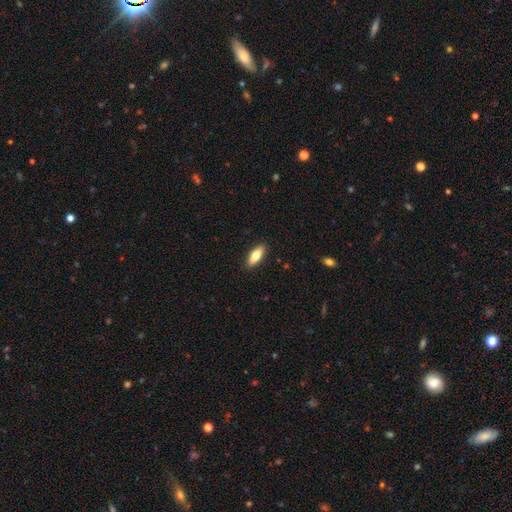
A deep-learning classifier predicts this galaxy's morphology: Q: Smooth or featured?
A: smooth (74%); runner-up: featured or disk (20%)
Q: How rounded?
A: in between (71%); runner-up: cigar-shaped (27%)
Q: Merging?
A: none (90%); runner-up: minor disturbance (7%)